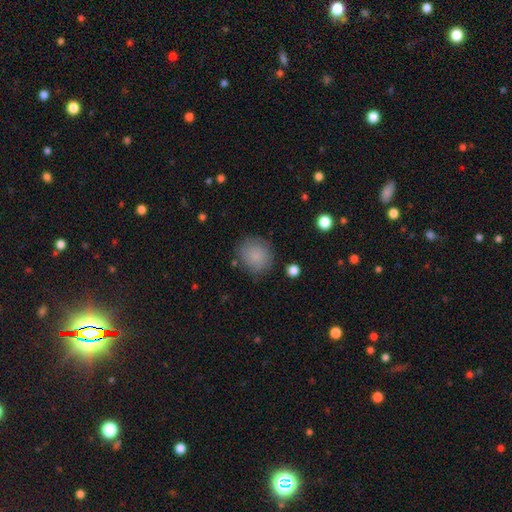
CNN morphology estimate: Q: Smooth or featured?
A: smooth (84%); runner-up: star or artifact (9%)
Q: How rounded?
A: round (82%); runner-up: in between (17%)
Q: Merging?
A: none (81%); runner-up: minor disturbance (13%)